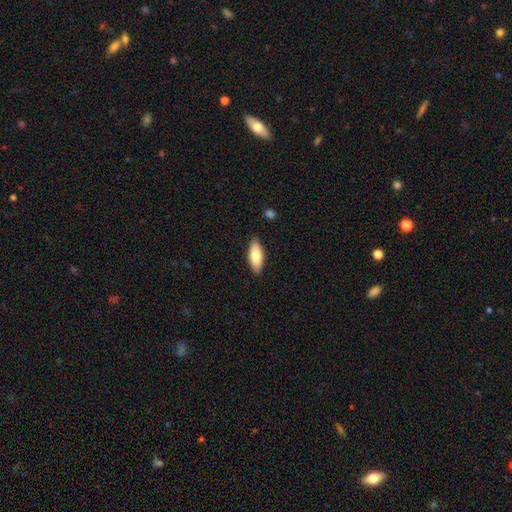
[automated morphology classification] smooth-or-featured: smooth: 77% | featured or disk: 17% | star or artifact: 6%
  how-rounded: in between: 70% | cigar-shaped: 28% | round: 2%
  merging: none: 88% | minor disturbance: 9% | major disturbance: 2% | merger: 1%